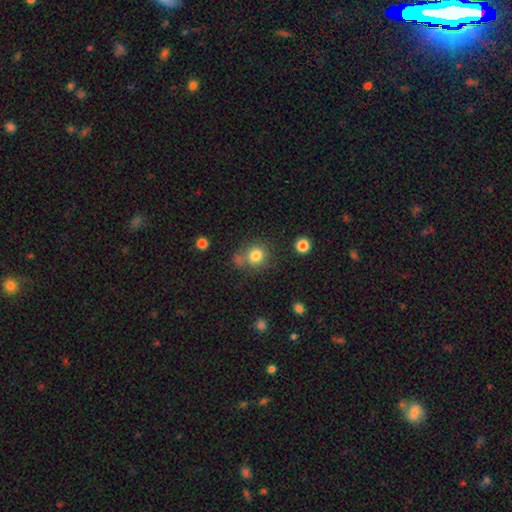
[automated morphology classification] A smooth galaxy with no disk features (81%) that is round (84%). Merging: none (64%).